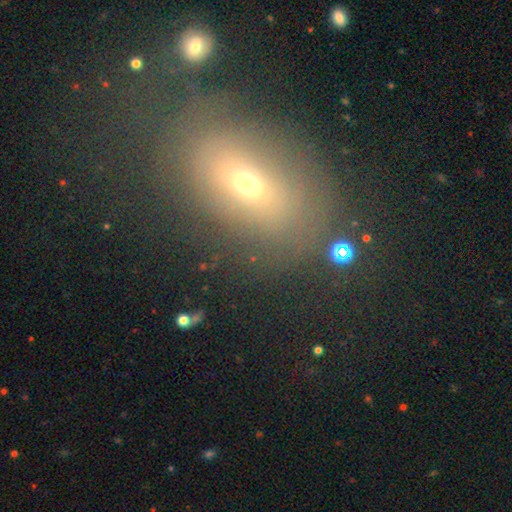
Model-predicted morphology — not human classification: smooth_or_featured: smooth (p=0.54) [alt: featured or disk p=0.23]
how_rounded: in between (p=0.71) [alt: round p=0.24]
merging: none (p=0.70) [alt: minor disturbance p=0.14]